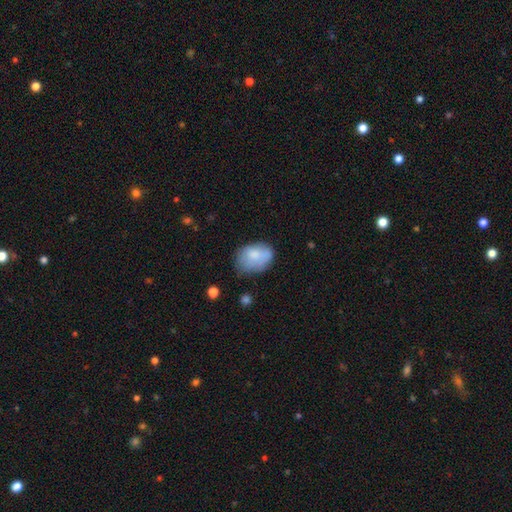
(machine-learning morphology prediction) Q: Smooth or featured?
A: smooth (74%); runner-up: featured or disk (19%)
Q: How rounded?
A: in between (77%); runner-up: round (22%)
Q: Merging?
A: none (50%); runner-up: minor disturbance (33%)